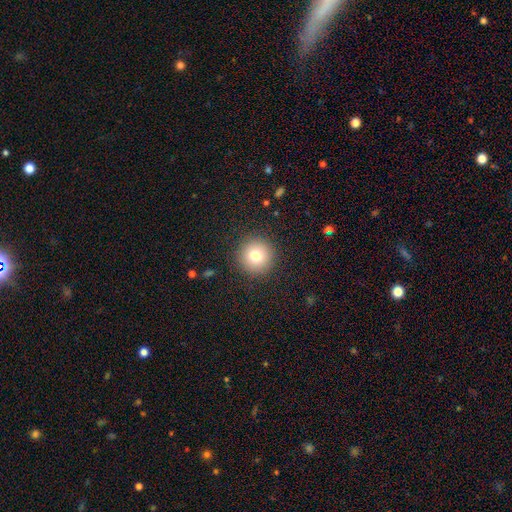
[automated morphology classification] Smooth or featured? smooth (77%)
How rounded? round (96%)
Merging? none (91%)